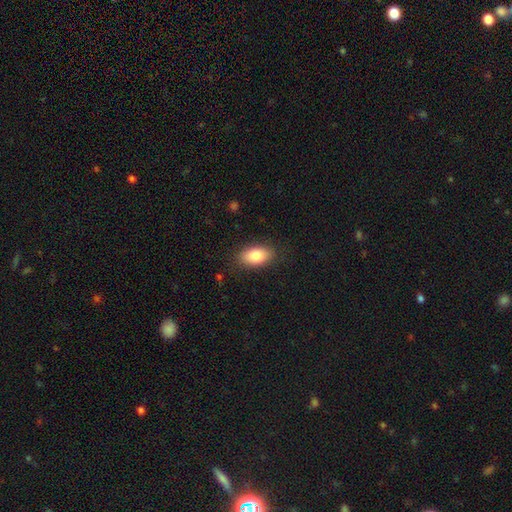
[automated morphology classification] smooth-or-featured: smooth: 85% | featured or disk: 9% | star or artifact: 7%
  how-rounded: in between: 92% | round: 5% | cigar-shaped: 3%
  merging: none: 85% | minor disturbance: 11% | major disturbance: 3% | merger: 1%